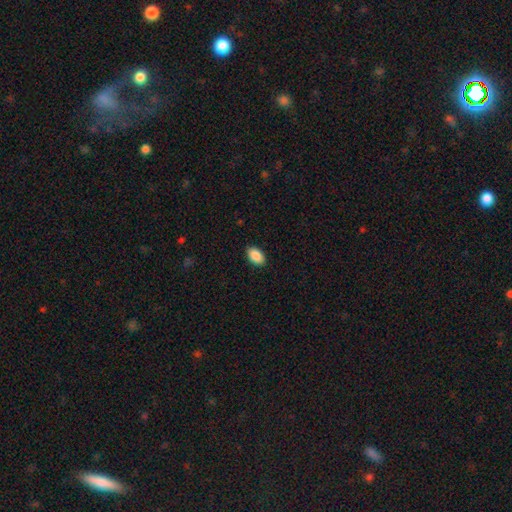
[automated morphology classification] Overall: smooth (90%). How rounded: in between (93%). Merging: none (89%).